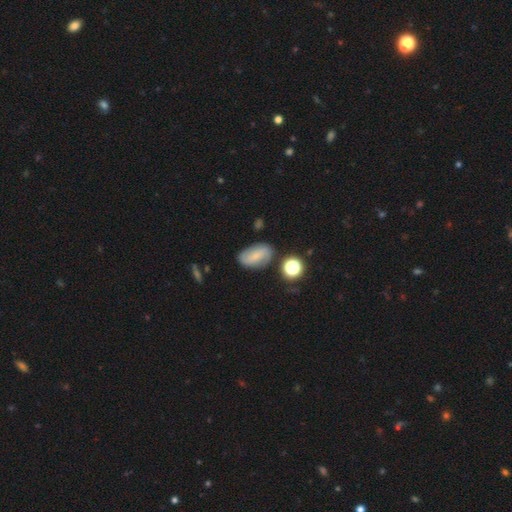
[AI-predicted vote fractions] smooth-or-featured: smooth: 47% | featured or disk: 42% | star or artifact: 10%
  merging: none: 74% | minor disturbance: 17% | major disturbance: 5% | merger: 4%